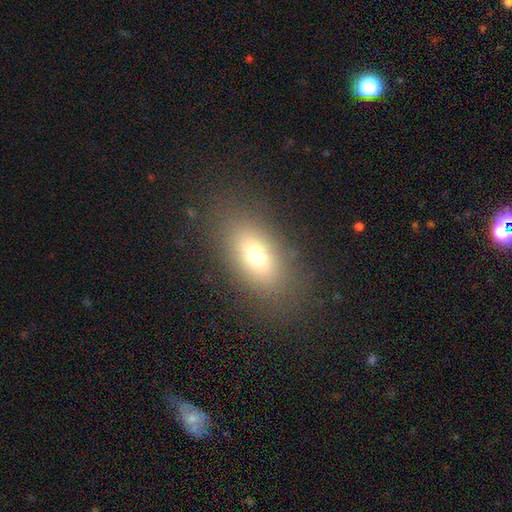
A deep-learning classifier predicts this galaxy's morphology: Smooth or featured: smooth — 68% (featured or disk — 18%)
How rounded: in between — 82% (round — 13%)
Merging: none — 80% (minor disturbance — 11%)